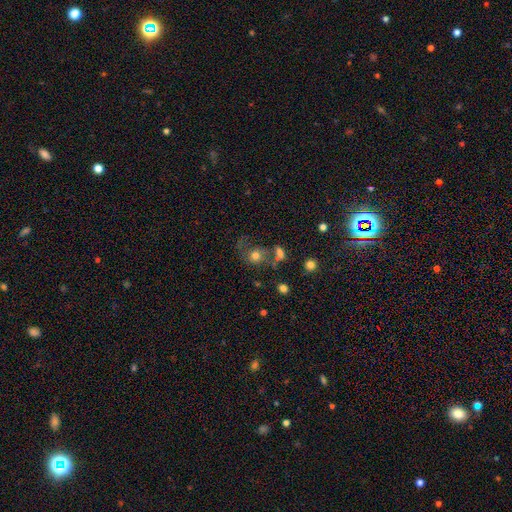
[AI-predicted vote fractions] Morphology: type=smooth (64%); roundness=round (70%); merging=none (35%).